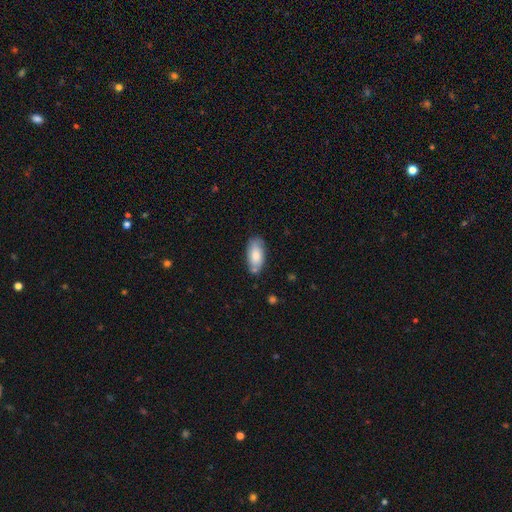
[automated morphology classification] This is likely a smooth galaxy (76%). How rounded: clearly in between (90%). Merging: likely none (72%).